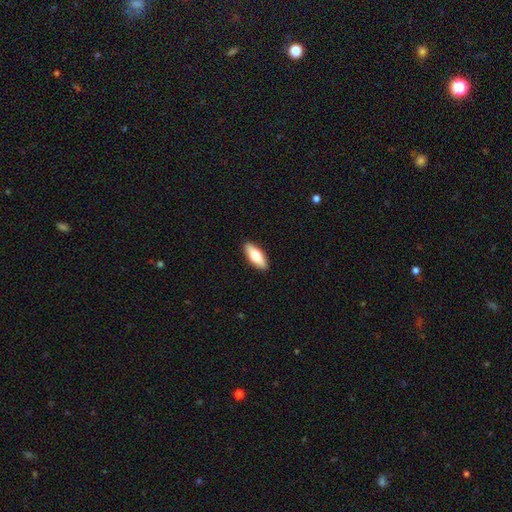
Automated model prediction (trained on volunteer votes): smooth_or_featured: smooth (p=0.68) [alt: featured or disk p=0.26]
how_rounded: in between (p=0.70) [alt: cigar-shaped p=0.27]
merging: none (p=0.90) [alt: minor disturbance p=0.07]